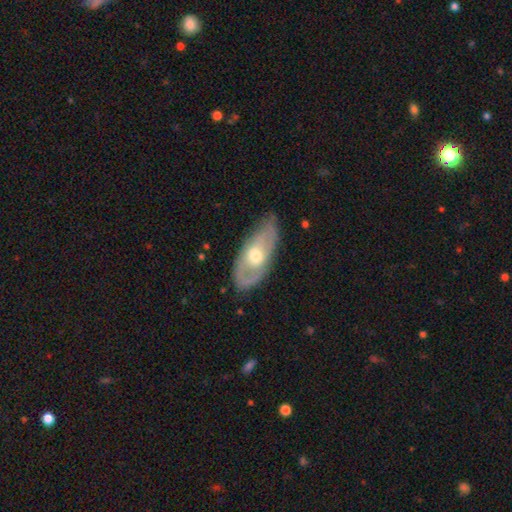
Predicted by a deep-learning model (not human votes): Smooth or featured?
  - featured or disk: 60% *
  - smooth: 35%
  - star or artifact: 5%
Edge-on disk?
  - no: 84% *
  - yes: 16%
Bar?
  - no: 72% *
  - weak: 23%
  - strong: 5%
Spiral arms?
  - yes: 54% *
  - no: 46%
Bulge size?
  - moderate: 71% *
  - small: 19%
  - large: 9%
  - none: 1%
  - dominant: 1%
Merging?
  - none: 70% *
  - minor disturbance: 22%
  - major disturbance: 7%
  - merger: 1%